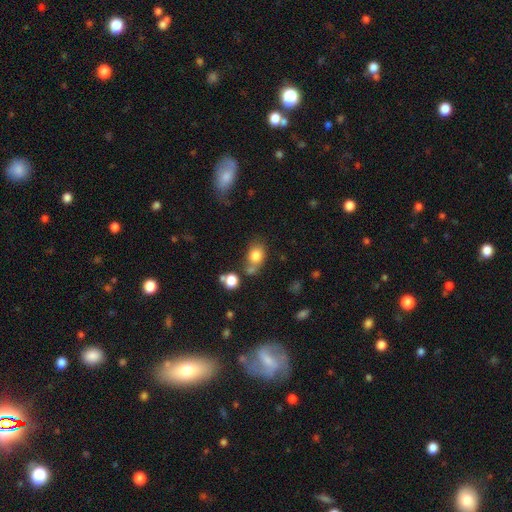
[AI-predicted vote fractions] Overall: smooth (80%). How rounded: in between (53%; round 46%). Merging: none (54%; merger 24%).